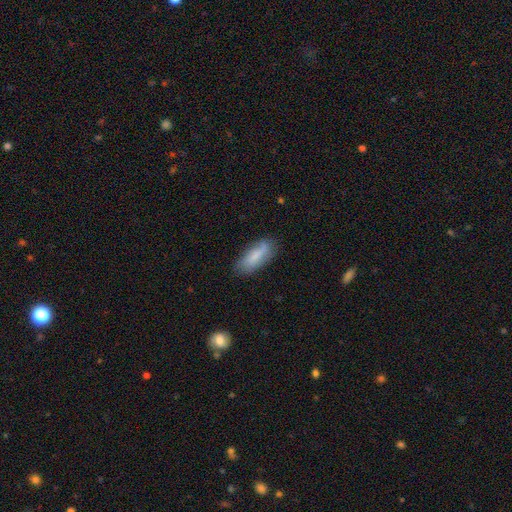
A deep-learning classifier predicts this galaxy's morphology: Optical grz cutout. It shows a smooth galaxy with no disk features (74%) that is in between round and cigar-shaped (73%). Merging: none (71%).